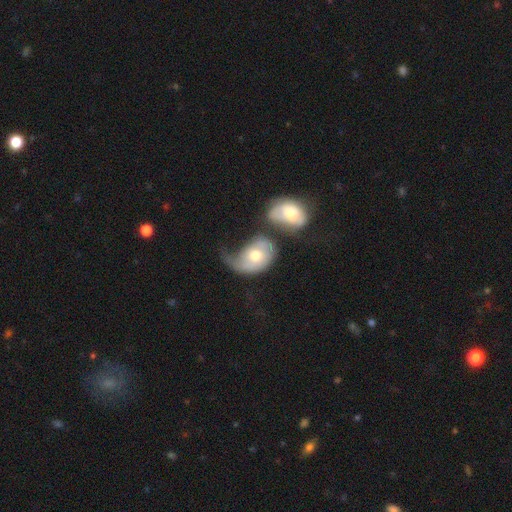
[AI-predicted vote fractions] smooth 50%, featured or disk 43%, star or artifact 6%. Down the decision tree: how rounded — in between (63%); merging — merger (39%).